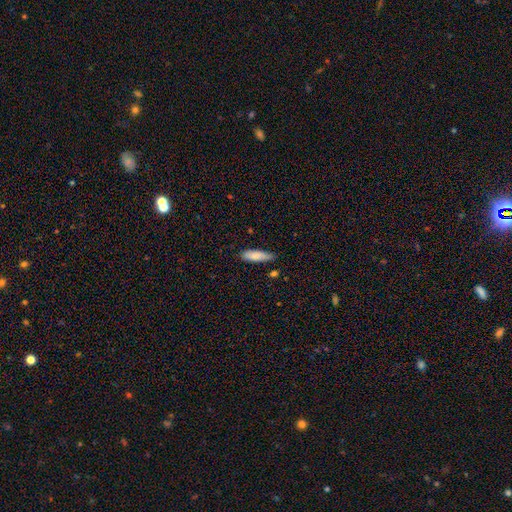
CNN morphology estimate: This is clearly a smooth galaxy (84%). How rounded: possibly cigar-shaped (57%). Merging: likely none (70%).